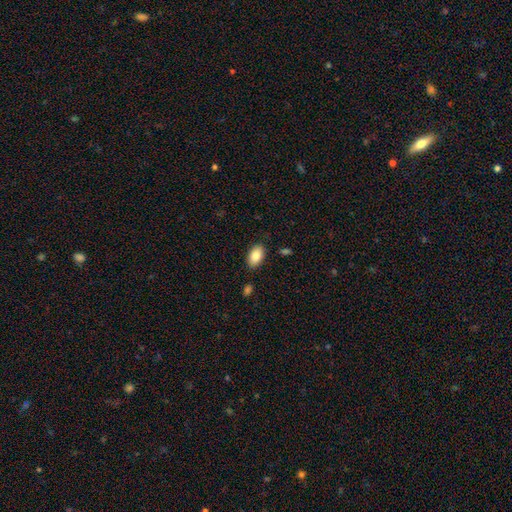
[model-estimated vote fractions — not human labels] Morphology: type=smooth (84%); roundness=in between (93%); merging=none (86%).